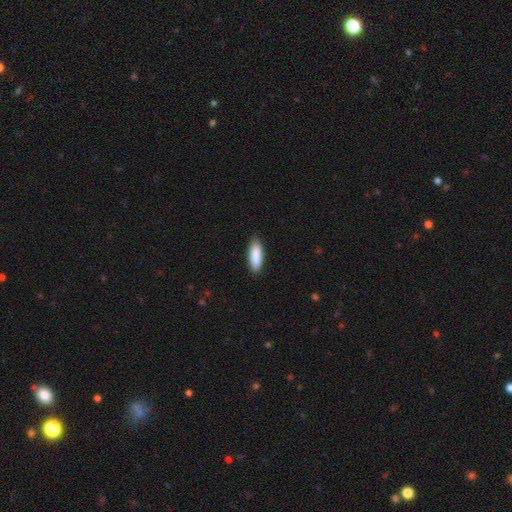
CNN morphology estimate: Smooth or featured?
  - smooth: 88% *
  - featured or disk: 6%
  - star or artifact: 5%
How rounded?
  - in between: 55% *
  - cigar-shaped: 44%
  - round: 1%
Merging?
  - none: 87% *
  - minor disturbance: 10%
  - major disturbance: 2%
  - merger: 1%